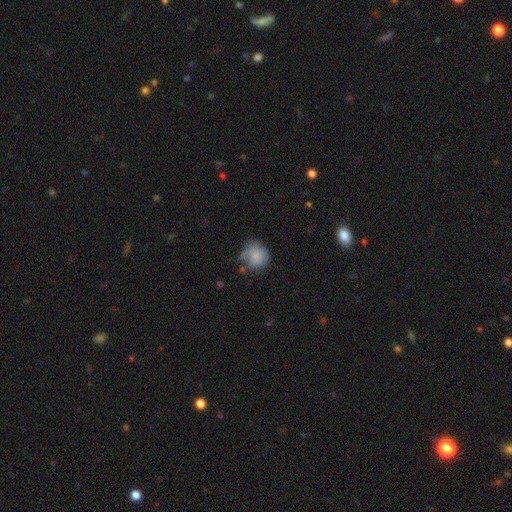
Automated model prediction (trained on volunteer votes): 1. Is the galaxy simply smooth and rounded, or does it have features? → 78% smooth, 14% featured or disk, 9% star or artifact.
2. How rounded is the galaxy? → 78% round, 21% in between, 1% cigar-shaped.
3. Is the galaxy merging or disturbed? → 47% none, 31% minor disturbance, 15% major disturbance, 7% merger.